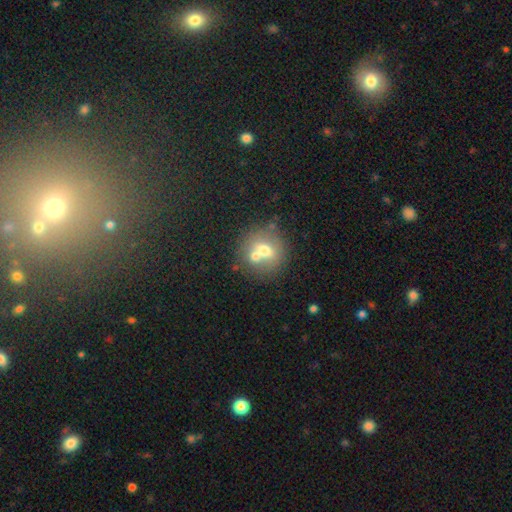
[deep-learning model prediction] Smooth or featured: smooth — 62% (featured or disk — 27%)
How rounded: round — 82% (in between — 17%)
Merging: none — 47% (merger — 39%)